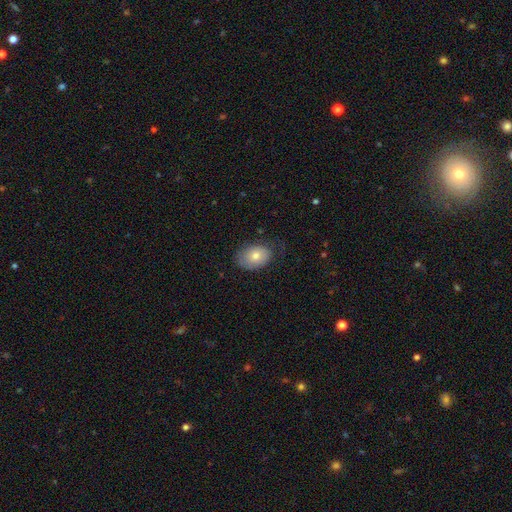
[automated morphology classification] Q: Smooth or featured?
A: smooth (73%); runner-up: featured or disk (19%)
Q: How rounded?
A: in between (77%); runner-up: round (22%)
Q: Merging?
A: none (65%); runner-up: minor disturbance (25%)